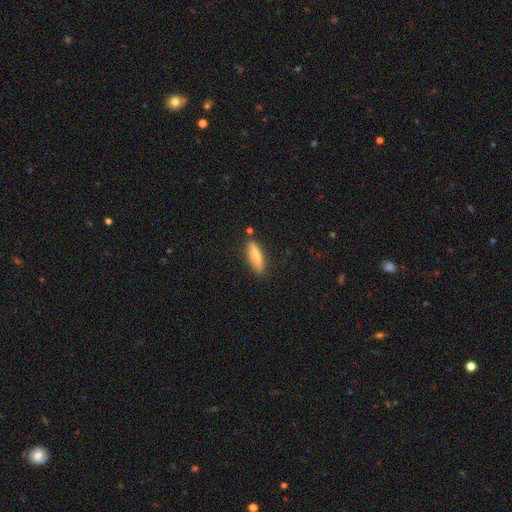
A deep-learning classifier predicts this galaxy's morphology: smooth_or_featured: smooth (p=0.69) [alt: featured or disk p=0.25]
how_rounded: cigar-shaped (p=0.65) [alt: in between p=0.33]
merging: none (p=0.82) [alt: minor disturbance p=0.12]